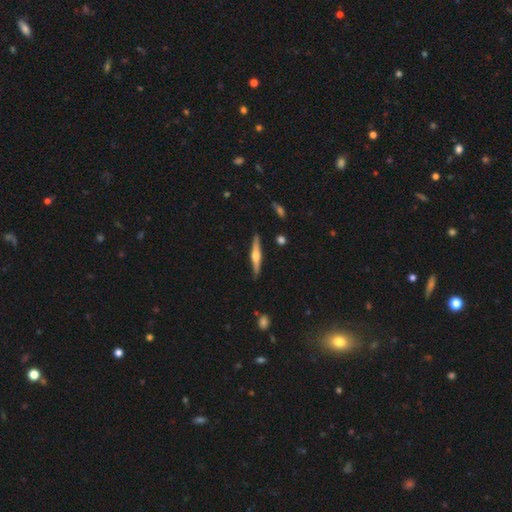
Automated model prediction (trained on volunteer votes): smooth-or-featured: featured or disk: 68% | smooth: 27% | star or artifact: 5%
  disk-edge-on: yes: 97% | no: 3%
    edge-on-bulge: rounded: 90% | boxy: 6% | none: 4%
  merging: none: 88% | minor disturbance: 9% | major disturbance: 2% | merger: 2%